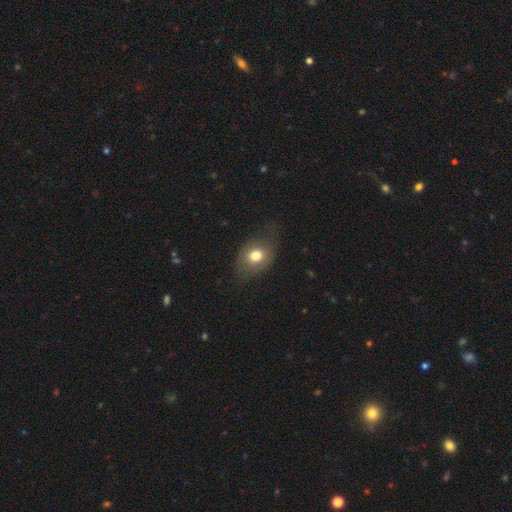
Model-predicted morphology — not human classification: type=smooth (72%); roundness=in between (64%); merging=none (63%).